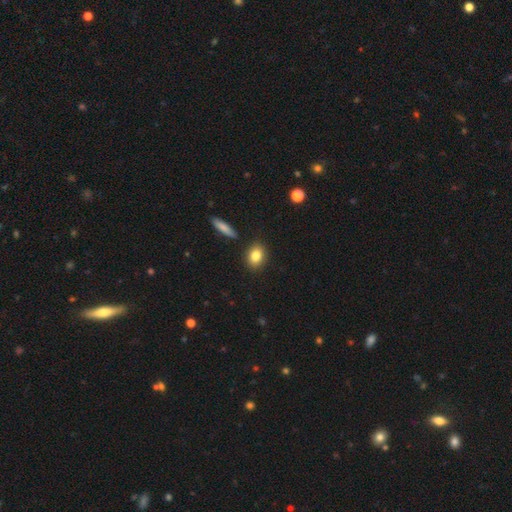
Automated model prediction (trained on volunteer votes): The model was most divided on "how rounded": in between: 60%, round: 37%, cigar-shaped: 3%. More confident: merging — none (87%); smooth or featured — smooth (83%).